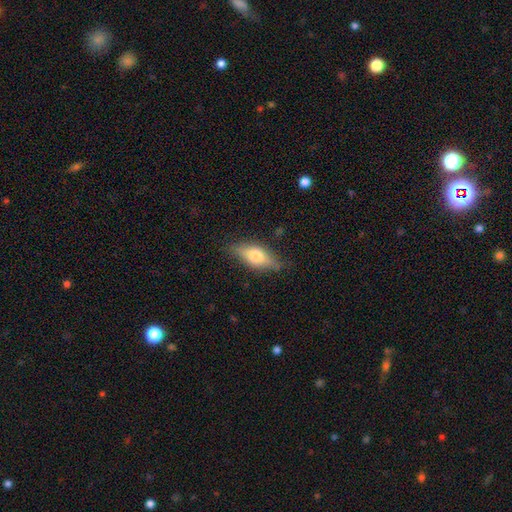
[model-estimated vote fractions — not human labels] A smooth galaxy with no disk features (59%) that is in between round and cigar-shaped (73%).

Vote fractions:
- Smooth or featured? smooth: 59% / featured or disk: 34% / star or artifact: 7%
- How rounded? in between: 73% / cigar-shaped: 23% / round: 4%
- Merging? none: 78% / minor disturbance: 17% / major disturbance: 4% / merger: 1%